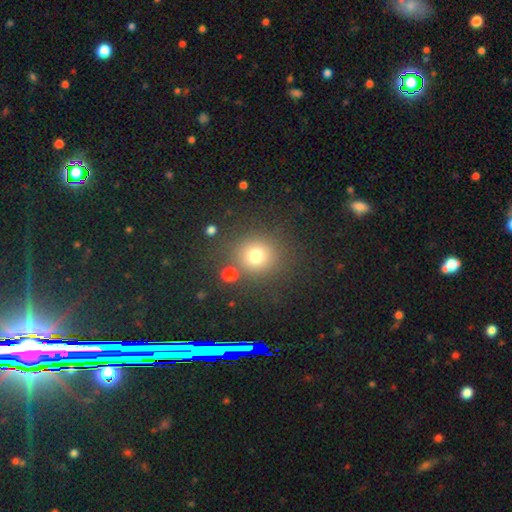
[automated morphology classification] Smooth or featured? Predicted: smooth (p=0.74). How rounded? Predicted: round (p=0.89). Merging? Predicted: none (p=0.79).